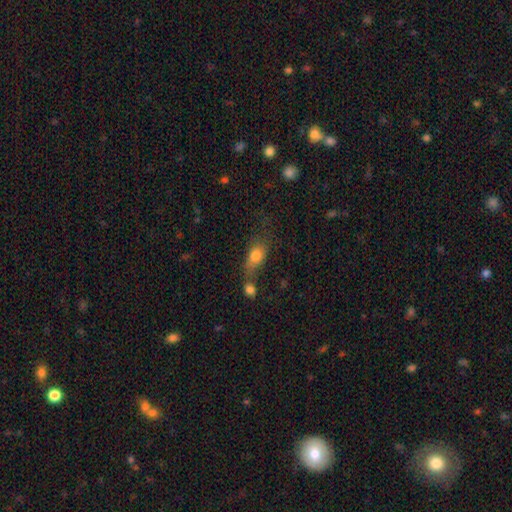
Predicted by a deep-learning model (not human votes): smooth-or-featured: smooth: 79% | featured or disk: 12% | star or artifact: 9%
  how-rounded: in between: 75% | round: 19% | cigar-shaped: 7%
  merging: none: 35% | merger: 32% | minor disturbance: 19% | major disturbance: 14%